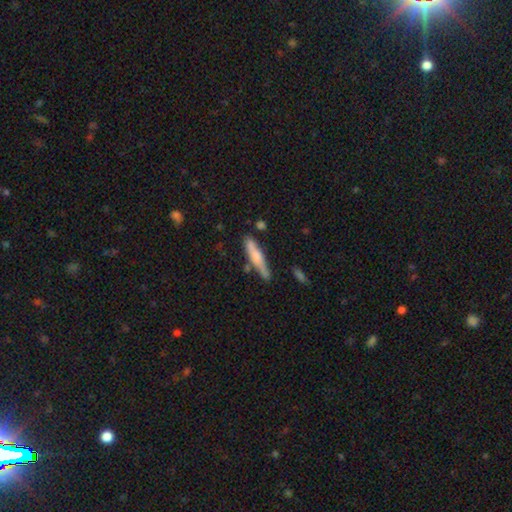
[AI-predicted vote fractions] This appears to be a smooth galaxy with no disk features (61%) that is cigar-shaped (86%). Merging: none (70%).